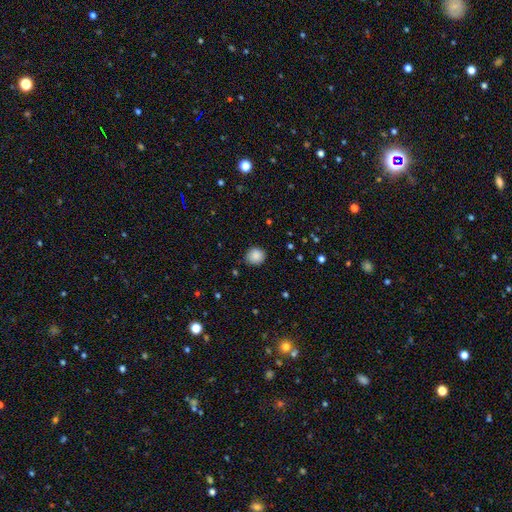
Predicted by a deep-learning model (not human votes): smooth-or-featured: smooth: 87% | star or artifact: 9% | featured or disk: 3%
  how-rounded: round: 81% | in between: 18% | cigar-shaped: 1%
  merging: none: 85% | minor disturbance: 12% | major disturbance: 2% | merger: 1%